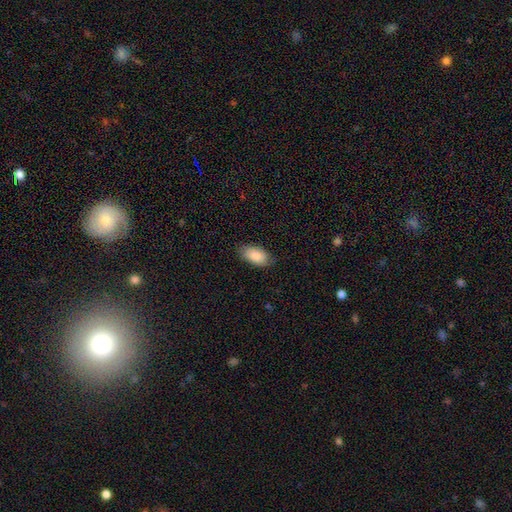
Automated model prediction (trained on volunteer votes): Smooth or featured?
  - smooth: 86% *
  - featured or disk: 8%
  - star or artifact: 6%
How rounded?
  - in between: 94% *
  - round: 3%
  - cigar-shaped: 3%
Merging?
  - none: 81% *
  - minor disturbance: 15%
  - major disturbance: 3%
  - merger: 1%